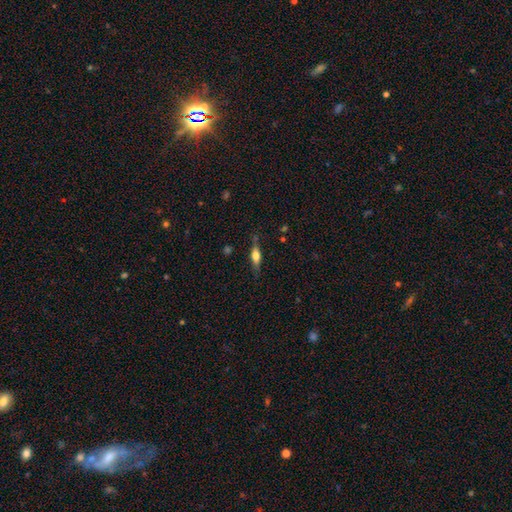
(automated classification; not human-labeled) The model was most divided on "smooth or featured": smooth: 48%, featured or disk: 45%, star or artifact: 7%. More confident: merging — none (77%).